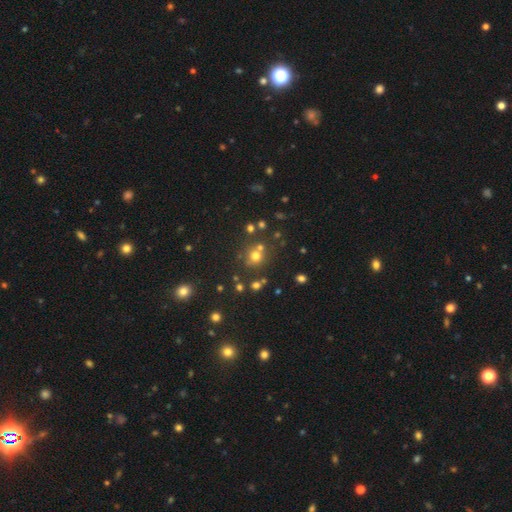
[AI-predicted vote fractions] smooth_or_featured: smooth (p=0.65) [alt: star or artifact p=0.25]
how_rounded: round (p=0.87) [alt: in between p=0.12]
merging: none (p=0.65) [alt: merger p=0.20]